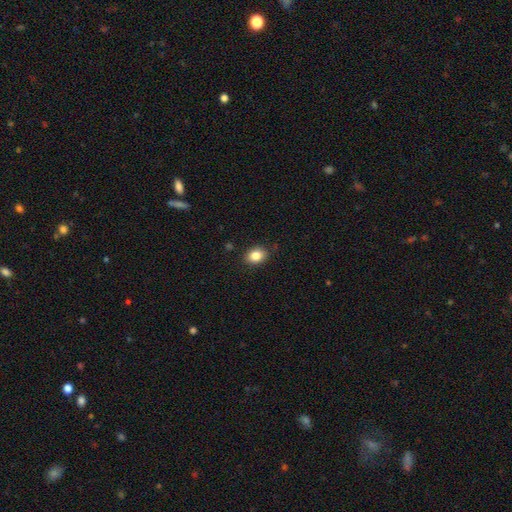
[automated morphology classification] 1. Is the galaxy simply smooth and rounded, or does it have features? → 85% smooth, 9% star or artifact, 6% featured or disk.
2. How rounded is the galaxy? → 55% in between, 44% round, 1% cigar-shaped.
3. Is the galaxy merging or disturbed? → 87% none, 9% minor disturbance, 2% major disturbance, 1% merger.